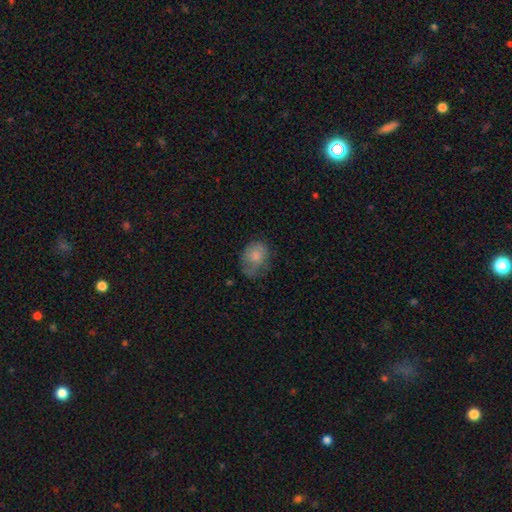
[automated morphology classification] smooth-or-featured: smooth: 74% | featured or disk: 18% | star or artifact: 8%
  how-rounded: in between: 53% | round: 46% | cigar-shaped: 1%
  merging: none: 45% | minor disturbance: 33% | major disturbance: 20% | merger: 2%